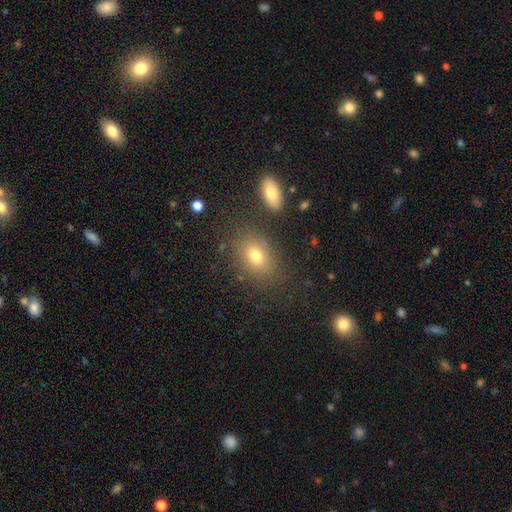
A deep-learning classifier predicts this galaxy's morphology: Overall: smooth (74%). How rounded: in between (75%). Merging: none (79%).